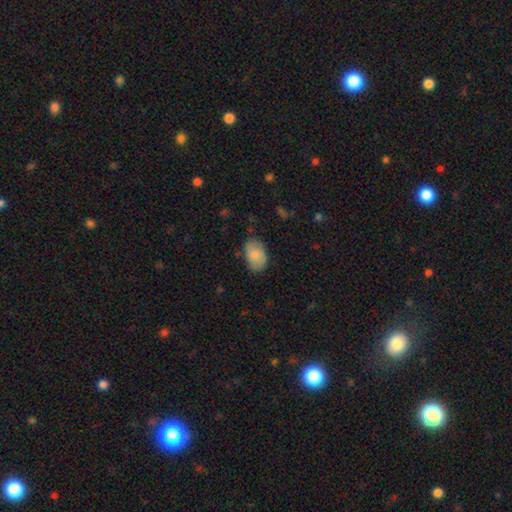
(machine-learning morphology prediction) Smooth or featured: smooth — 79% (featured or disk — 14%)
How rounded: in between — 88% (round — 11%)
Merging: none — 74% (minor disturbance — 20%)